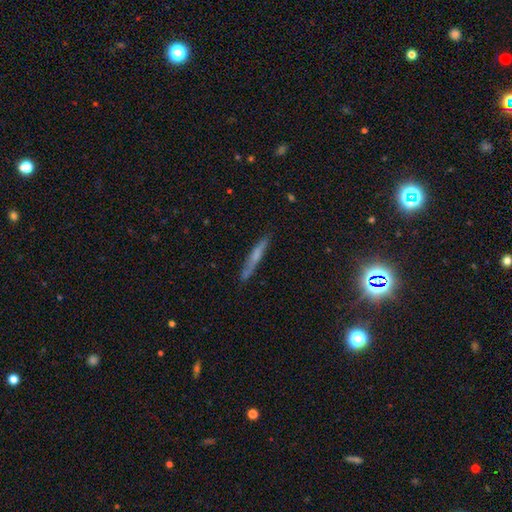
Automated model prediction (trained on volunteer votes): Smooth or featured? smooth (51%)
How rounded? cigar-shaped (95%)
Merging? none (83%)